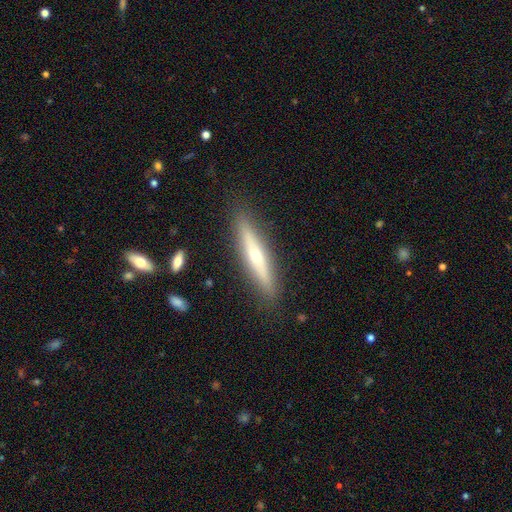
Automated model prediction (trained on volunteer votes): Overall: featured or disk (53%; smooth 41%). Edge-on disk: yes (93%). Merging: none (88%).